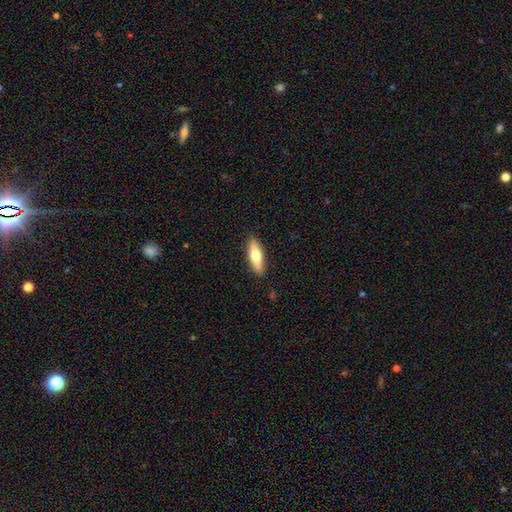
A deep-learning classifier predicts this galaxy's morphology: type=smooth (60%); roundness=cigar-shaped (54%); merging=none (88%).